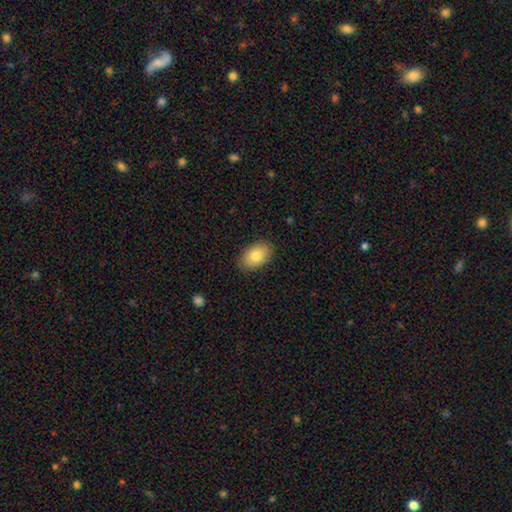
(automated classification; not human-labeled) Smooth or featured? Predicted: smooth (p=0.82). How rounded? Predicted: in between (p=0.90). Merging? Predicted: none (p=0.86).